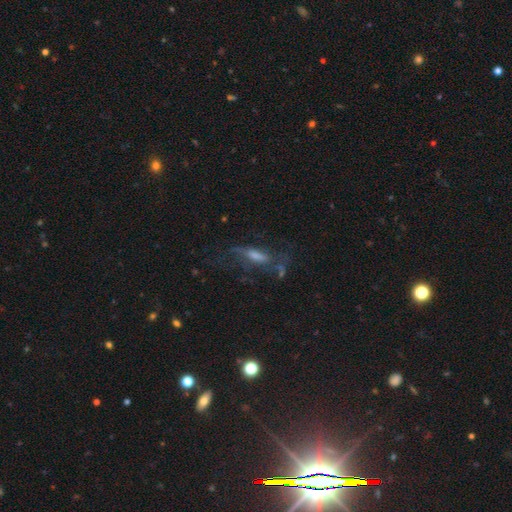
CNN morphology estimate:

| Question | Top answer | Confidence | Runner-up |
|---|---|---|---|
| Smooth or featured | featured or disk | 56% | smooth (26%) |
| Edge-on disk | no | 64% | yes (36%) |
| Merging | none | 49% | major disturbance (26%) |